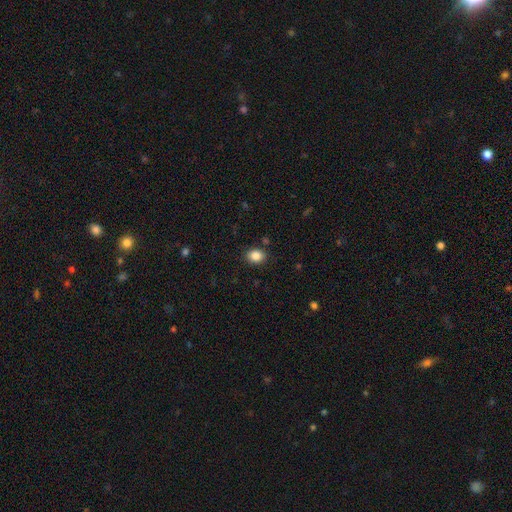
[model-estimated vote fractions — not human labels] Smooth or featured?
  - smooth: 85% *
  - star or artifact: 10%
  - featured or disk: 5%
How rounded?
  - round: 50% *
  - in between: 49%
  - cigar-shaped: 1%
Merging?
  - none: 87% *
  - minor disturbance: 9%
  - major disturbance: 2%
  - merger: 2%